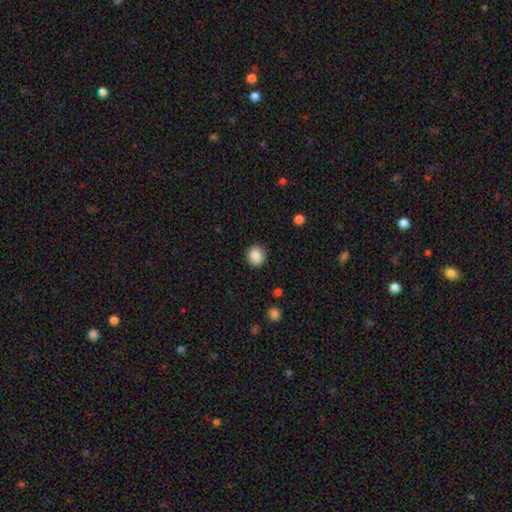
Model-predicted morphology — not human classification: Smooth or featured? smooth (88%)
How rounded? round (83%)
Merging? none (90%)